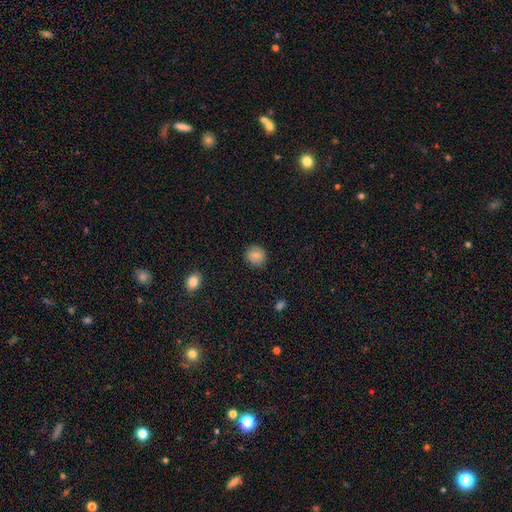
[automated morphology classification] smooth-or-featured: smooth: 81% | featured or disk: 10% | star or artifact: 9%
  how-rounded: round: 87% | in between: 12% | cigar-shaped: 1%
  merging: none: 88% | minor disturbance: 9% | major disturbance: 2% | merger: 1%